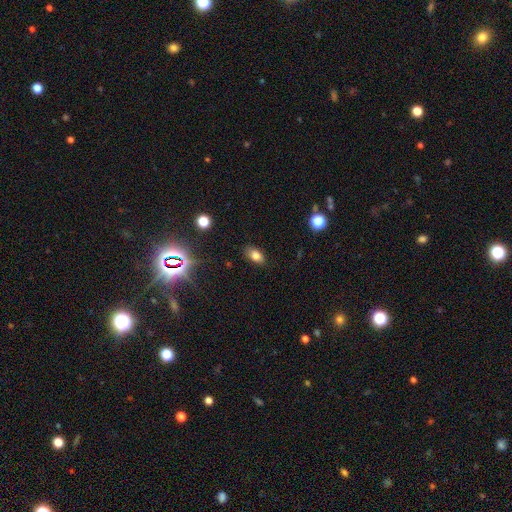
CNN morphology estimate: Q: Smooth or featured?
A: smooth (78%); runner-up: star or artifact (13%)
Q: How rounded?
A: in between (88%); runner-up: round (10%)
Q: Merging?
A: none (86%); runner-up: minor disturbance (11%)